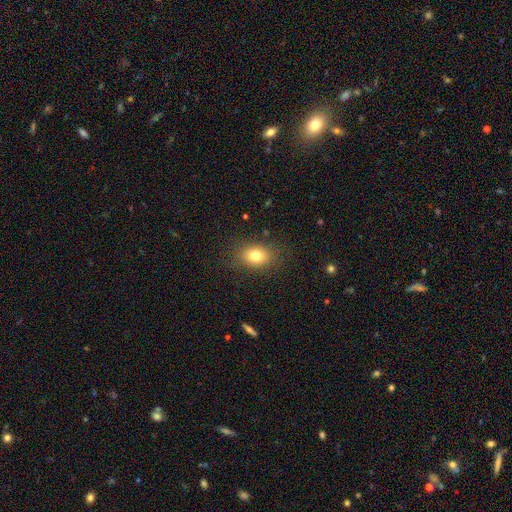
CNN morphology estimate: Smooth or featured: smooth — 77% (star or artifact — 11%)
How rounded: in between — 64% (round — 35%)
Merging: none — 83% (minor disturbance — 12%)